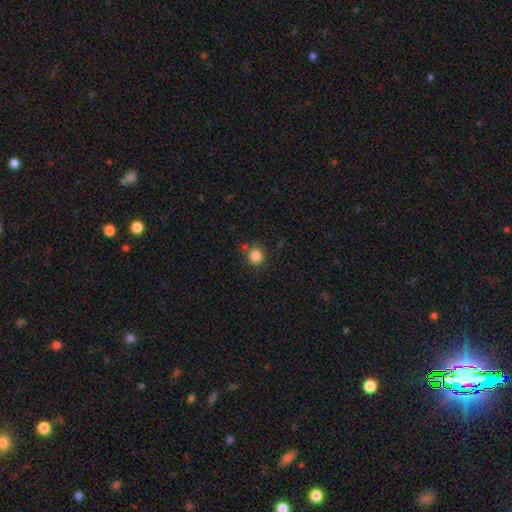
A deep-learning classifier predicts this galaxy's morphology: A smooth galaxy with no disk features (85%) that is round (91%). Merging: none (80%).